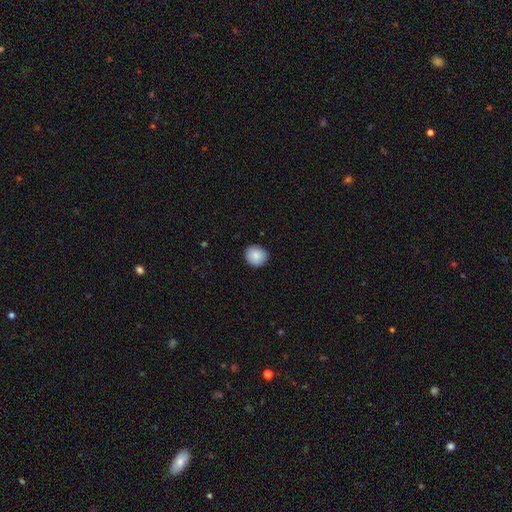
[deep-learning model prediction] Smooth or featured? Predicted: smooth (p=0.87). How rounded? Predicted: round (p=0.84). Merging? Predicted: none (p=0.88).